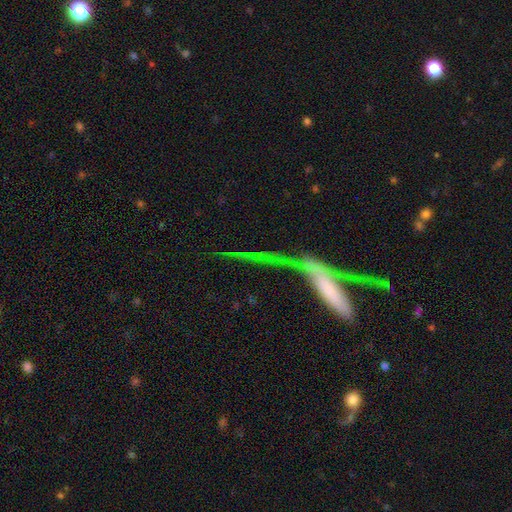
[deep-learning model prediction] Overall: featured or disk (46%; smooth 36%). Merging: none (32%; major disturbance 30%).